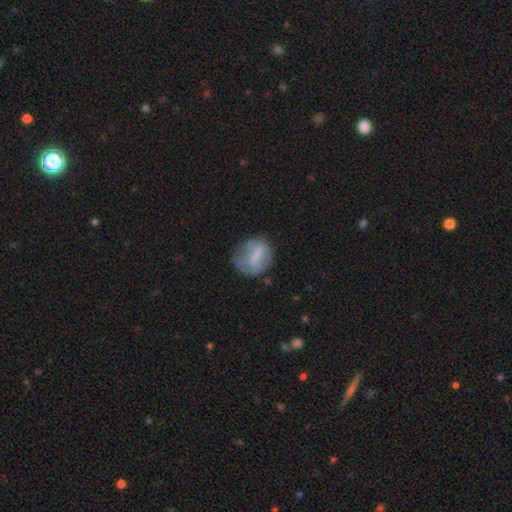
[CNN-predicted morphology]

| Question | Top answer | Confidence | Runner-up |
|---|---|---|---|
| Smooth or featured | smooth | 57% | featured or disk (34%) |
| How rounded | round | 58% | in between (38%) |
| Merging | none | 58% | minor disturbance (24%) |